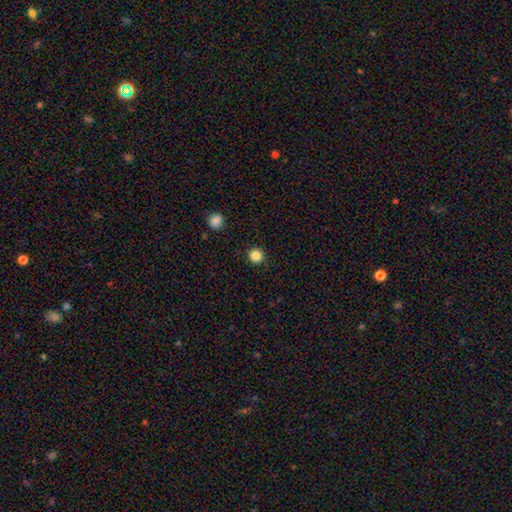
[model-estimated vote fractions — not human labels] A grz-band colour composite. It shows a smooth galaxy with no disk features (85%) that is round (95%). Merging: none (93%).